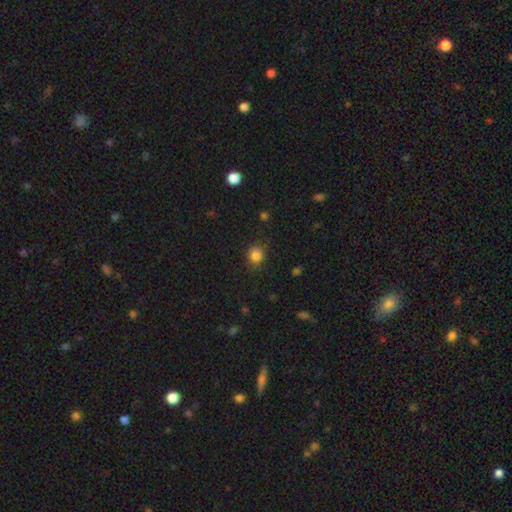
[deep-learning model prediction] Q: Smooth or featured?
A: smooth (83%); runner-up: star or artifact (12%)
Q: How rounded?
A: round (78%); runner-up: in between (21%)
Q: Merging?
A: none (80%); runner-up: minor disturbance (14%)